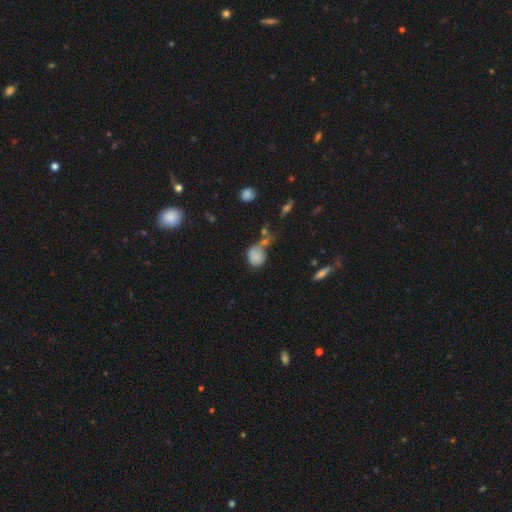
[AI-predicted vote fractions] Smooth or featured?
  - smooth: 75% *
  - featured or disk: 14%
  - star or artifact: 11%
How rounded?
  - round: 64% *
  - in between: 35%
  - cigar-shaped: 1%
Merging?
  - none: 36% *
  - merger: 30%
  - minor disturbance: 21%
  - major disturbance: 13%